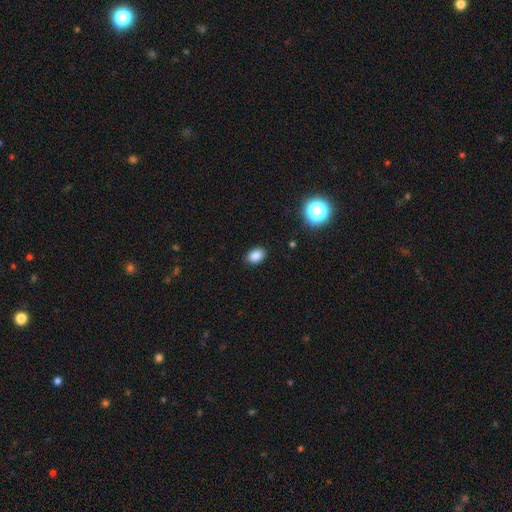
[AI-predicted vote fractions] Smooth or featured: smooth — 85% (star or artifact — 11%)
How rounded: in between — 79% (round — 20%)
Merging: none — 89% (minor disturbance — 8%)